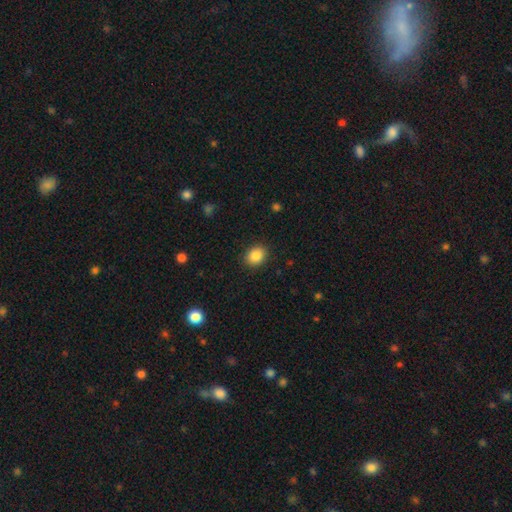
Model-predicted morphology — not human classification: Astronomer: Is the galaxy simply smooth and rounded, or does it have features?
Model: smooth — 87%.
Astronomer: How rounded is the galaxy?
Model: round — 51% (runner-up: in between, 48%).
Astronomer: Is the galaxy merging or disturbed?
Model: none — 89%.